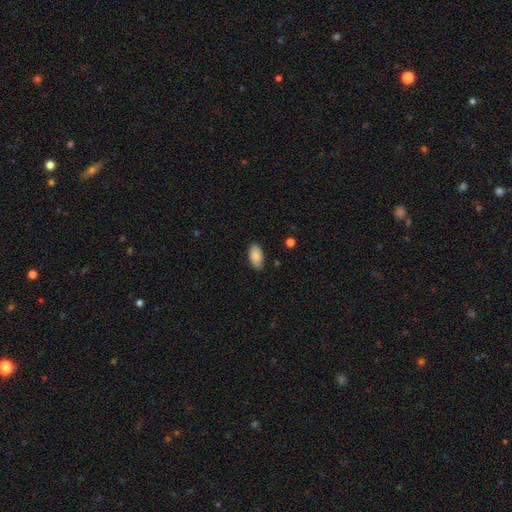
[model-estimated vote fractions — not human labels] Smooth or featured? smooth (88%)
How rounded? in between (95%)
Merging? none (84%)